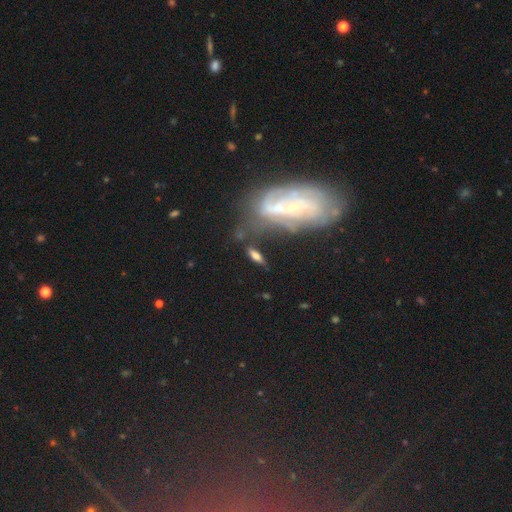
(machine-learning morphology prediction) Overall: smooth (53%; featured or disk 38%). How rounded: in between (63%; cigar-shaped 31%). Merging: none (61%).